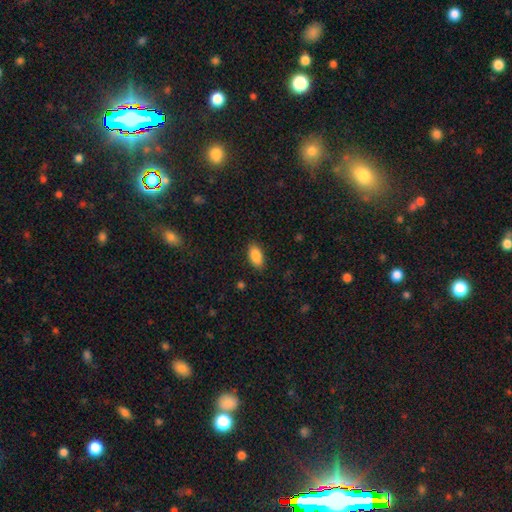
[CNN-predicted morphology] smooth 87%, star or artifact 7%, featured or disk 6%. Down the decision tree: how rounded — in between (92%); merging — none (86%).